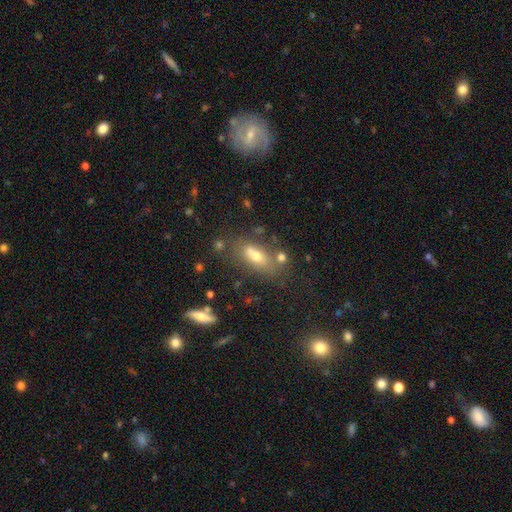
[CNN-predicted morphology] smooth 61%, featured or disk 24%, star or artifact 16%. Down the decision tree: how rounded — in between (73%); merging — none (59%).